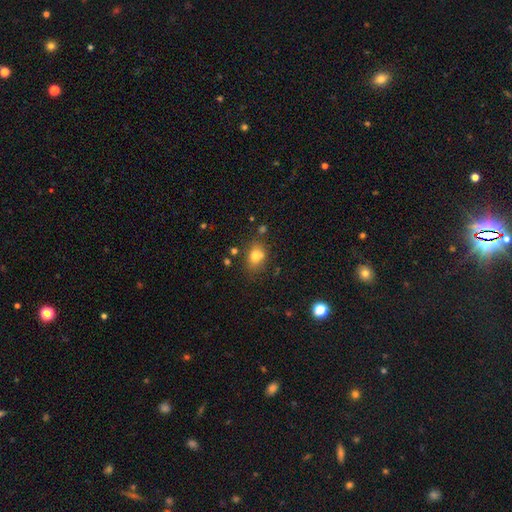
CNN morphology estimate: smooth-or-featured: smooth: 74% | featured or disk: 13% | star or artifact: 12%
  how-rounded: in between: 59% | round: 39% | cigar-shaped: 1%
  merging: none: 64% | minor disturbance: 18% | merger: 13% | major disturbance: 5%